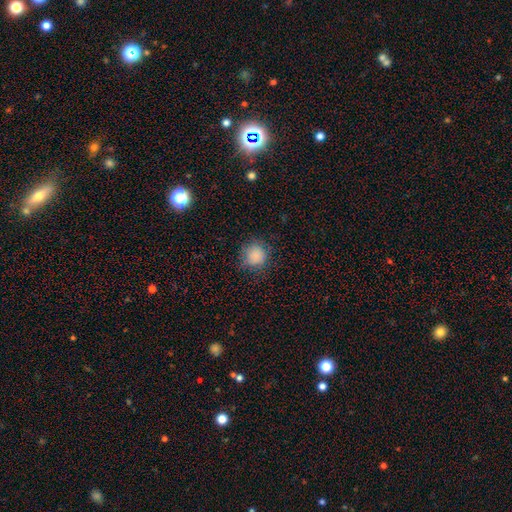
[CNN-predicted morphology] The model was most divided on "merging": none: 81%, minor disturbance: 13%, major disturbance: 5%, merger: 1%. More confident: how rounded — round (88%); smooth or featured — smooth (85%).